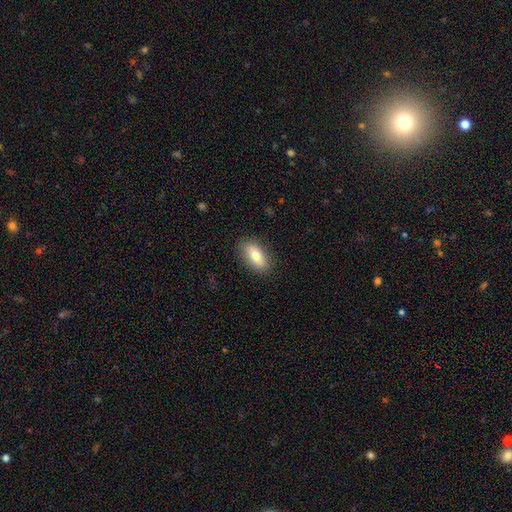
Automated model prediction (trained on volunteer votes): Morphology: type=smooth (74%); roundness=in between (86%); merging=none (86%).